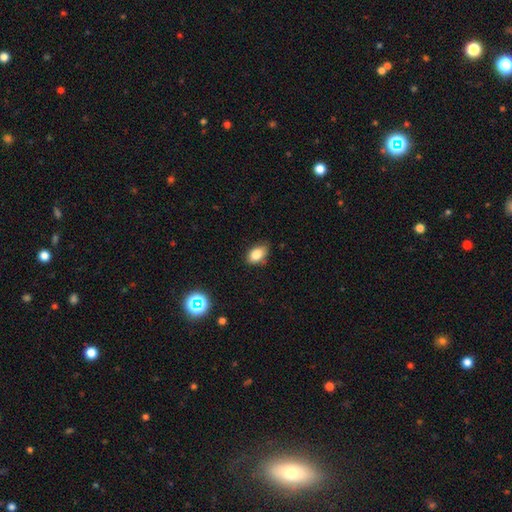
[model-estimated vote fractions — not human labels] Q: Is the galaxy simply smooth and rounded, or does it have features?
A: smooth — 84%.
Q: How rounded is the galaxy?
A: in between — 89%.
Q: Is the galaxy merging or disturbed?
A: none — 74%.